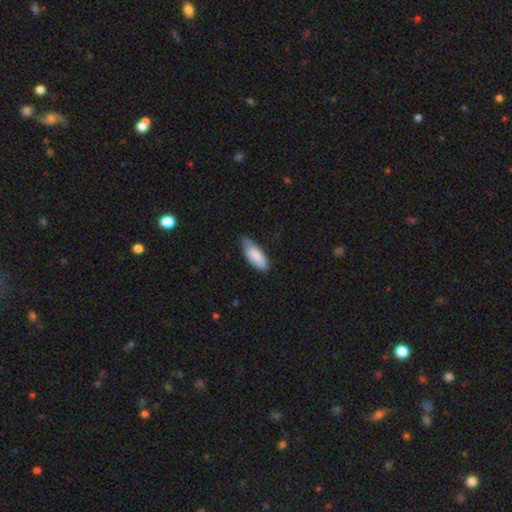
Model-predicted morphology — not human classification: This is clearly a smooth galaxy (84%). How rounded: likely in between (77%). Merging: possibly none (59%).